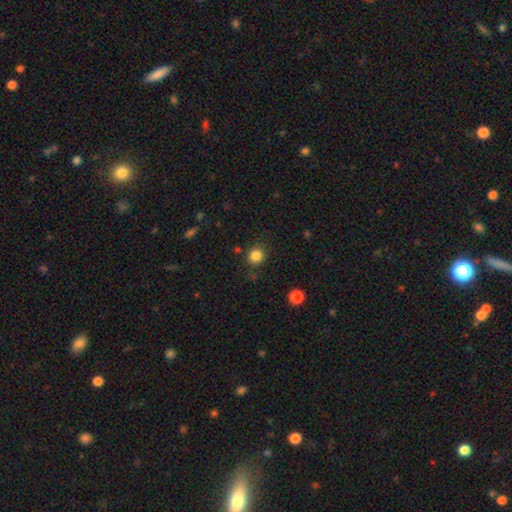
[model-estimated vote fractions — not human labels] Smooth or featured? smooth (84%)
How rounded? round (87%)
Merging? none (85%)